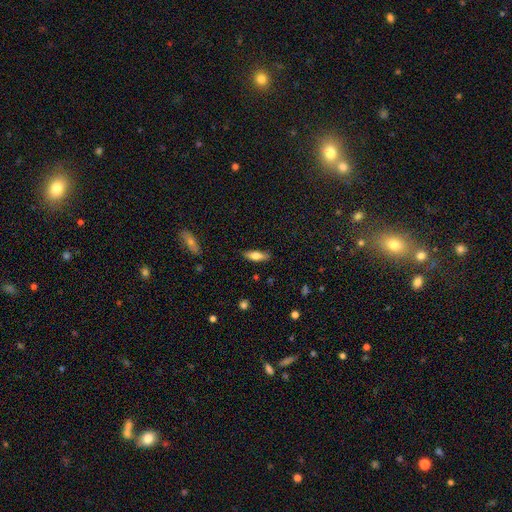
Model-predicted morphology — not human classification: type=smooth (68%); roundness=in between (53%); merging=none (85%).